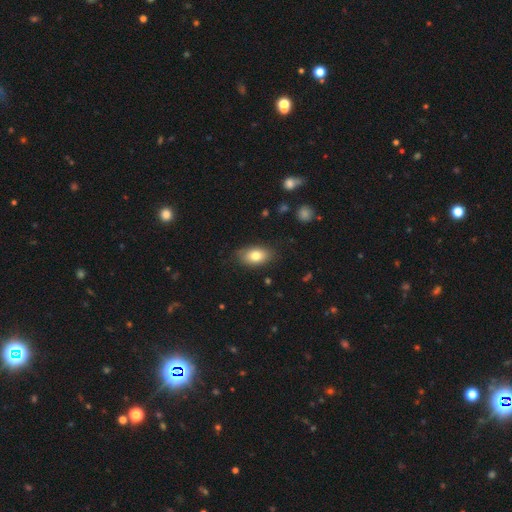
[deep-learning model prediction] Smooth or featured: smooth — 78% (featured or disk — 14%)
How rounded: in between — 89% (round — 9%)
Merging: none — 80% (minor disturbance — 15%)